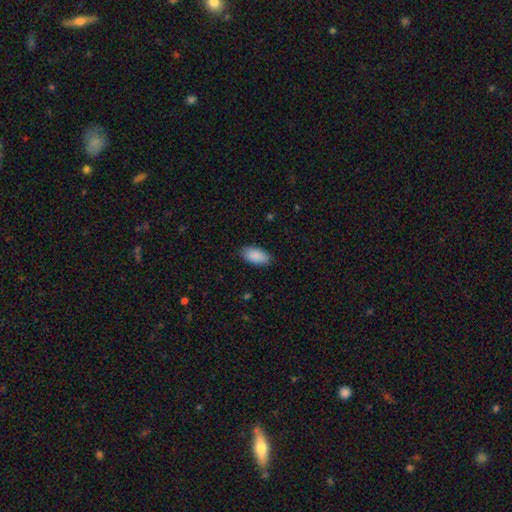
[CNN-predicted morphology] This is clearly a smooth galaxy (90%). How rounded: clearly in between (94%). Merging: clearly none (86%).